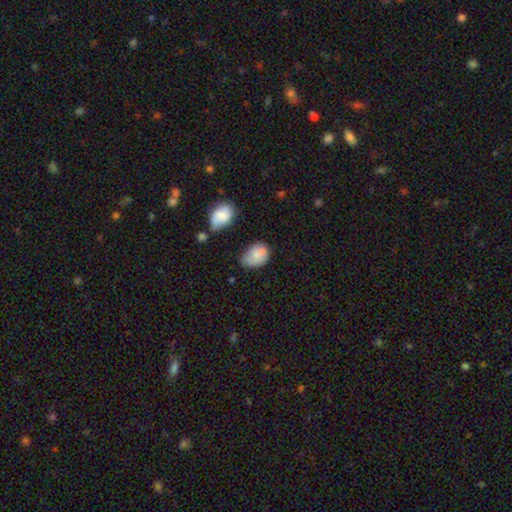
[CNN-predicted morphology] Smooth or featured? smooth (73%)
How rounded? in between (74%)
Merging? none (39%)